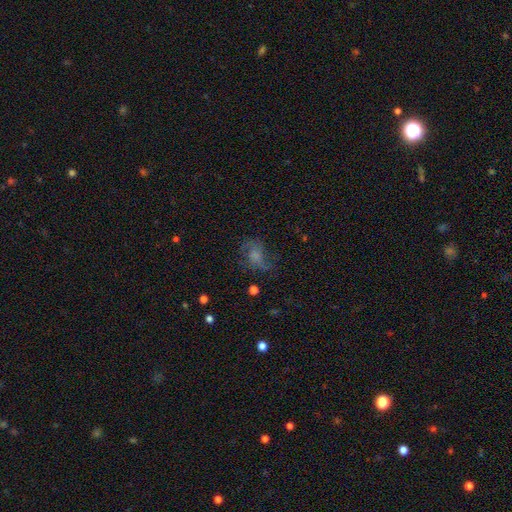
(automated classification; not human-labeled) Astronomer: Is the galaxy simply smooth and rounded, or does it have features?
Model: featured or disk — 46% (runner-up: smooth, 39%).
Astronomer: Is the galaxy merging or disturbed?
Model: none — 47% (runner-up: major disturbance, 28%).